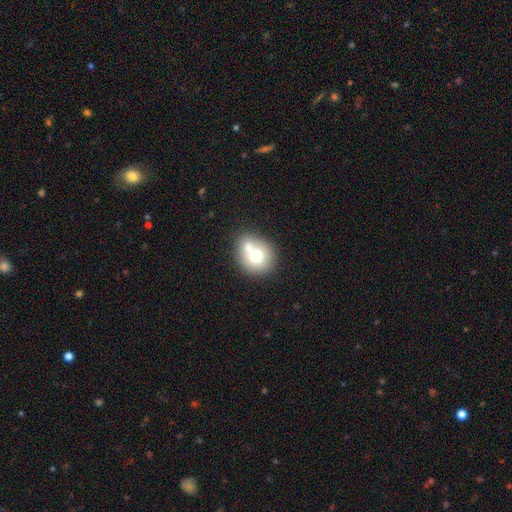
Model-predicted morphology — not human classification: Overall: smooth (67%). How rounded: round (72%). Merging: merger (46%; none 41%).